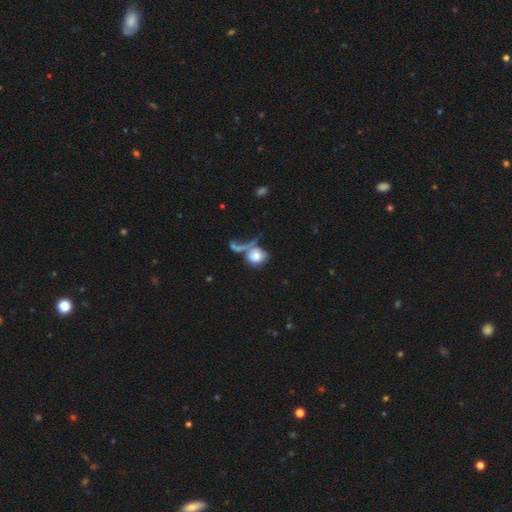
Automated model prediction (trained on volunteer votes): The model was most divided on "merging": merger: 36%, none: 32%, major disturbance: 20%, minor disturbance: 12%. More confident: smooth or featured — smooth (70%); how rounded — round (67%).